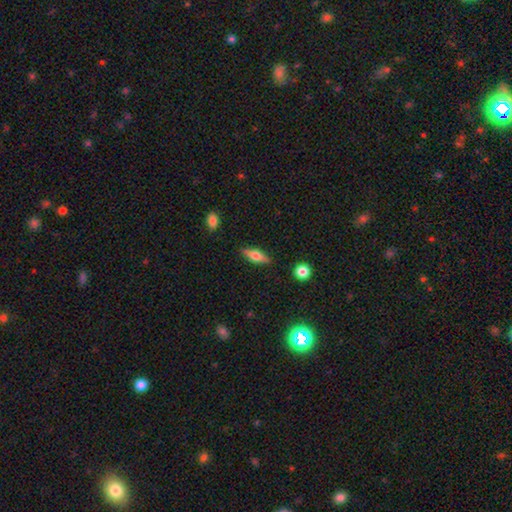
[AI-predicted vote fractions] The model was most divided on "how rounded": in between: 51%, cigar-shaped: 45%, round: 4%. More confident: merging — none (86%); smooth or featured — smooth (51%).